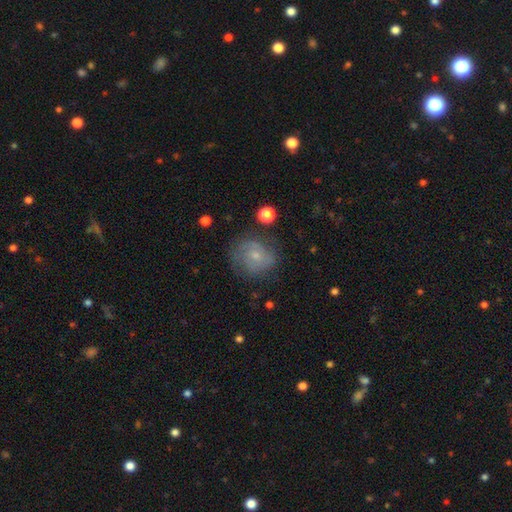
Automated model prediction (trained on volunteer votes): Morphology: type=featured or disk (48%); merging=none (68%).